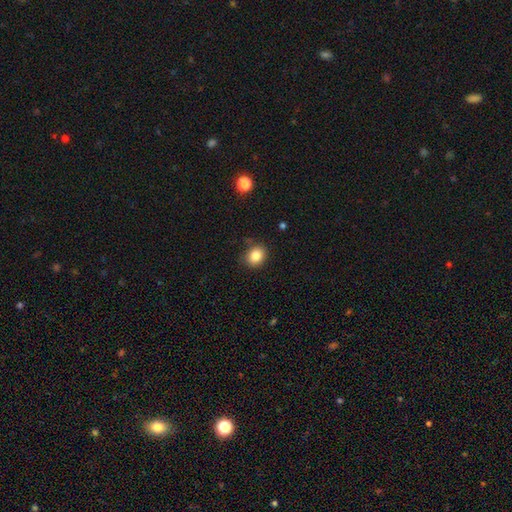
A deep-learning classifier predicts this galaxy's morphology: smooth_or_featured: smooth (p=0.84) [alt: star or artifact p=0.10]
how_rounded: round (p=0.63) [alt: in between p=0.36]
merging: none (p=0.83) [alt: minor disturbance p=0.12]